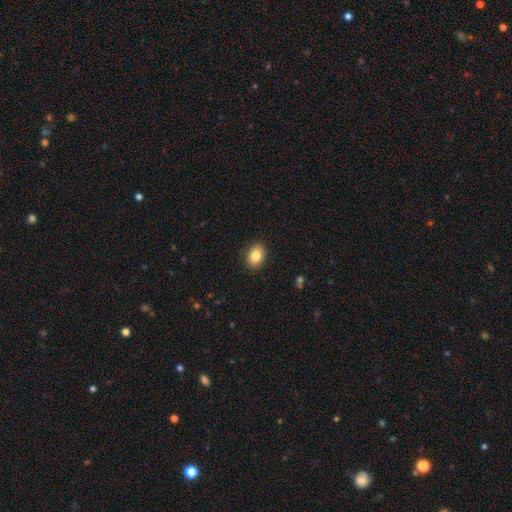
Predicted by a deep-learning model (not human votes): Smooth or featured? Predicted: smooth (p=0.85). How rounded? Predicted: in between (p=0.77). Merging? Predicted: none (p=0.90).